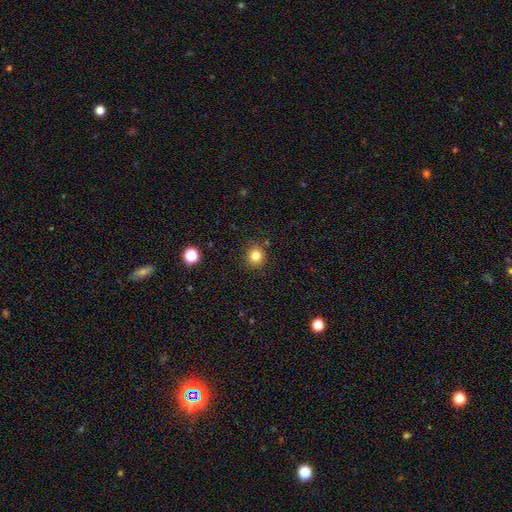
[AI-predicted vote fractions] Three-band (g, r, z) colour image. It shows a smooth galaxy with no disk features (81%) that is round (87%). Merging: none (89%).